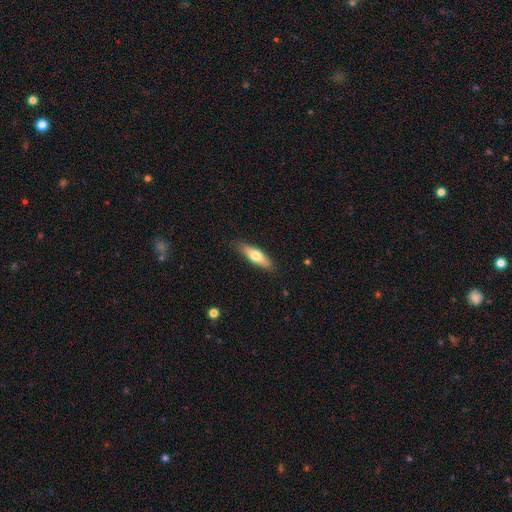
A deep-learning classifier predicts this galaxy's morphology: smooth-or-featured: smooth: 62% | featured or disk: 33% | star or artifact: 6%
  how-rounded: cigar-shaped: 57% | in between: 41% | round: 2%
  merging: none: 85% | minor disturbance: 11% | major disturbance: 2% | merger: 1%